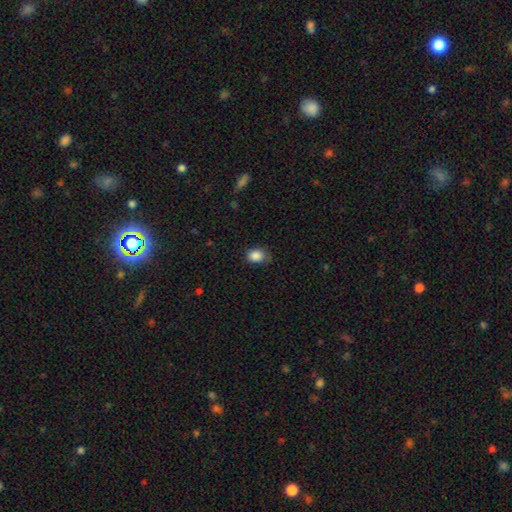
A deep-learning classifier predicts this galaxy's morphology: A smooth galaxy with no disk features (87%) that is in between round and cigar-shaped (59%).

Vote fractions:
- Smooth or featured? smooth: 87% / star or artifact: 9% / featured or disk: 5%
- How rounded? in between: 59% / round: 40% / cigar-shaped: 1%
- Merging? none: 67% / minor disturbance: 26% / major disturbance: 6% / merger: 1%